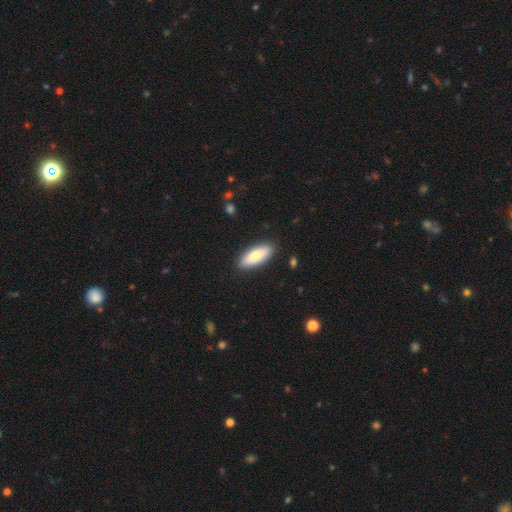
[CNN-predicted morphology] Smooth or featured: smooth — 77% (featured or disk — 17%)
How rounded: in between — 75% (cigar-shaped — 23%)
Merging: none — 89% (minor disturbance — 8%)